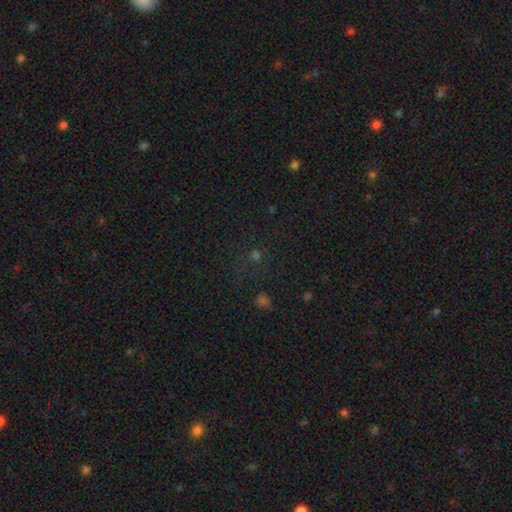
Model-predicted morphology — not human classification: type=star or artifact (52%).